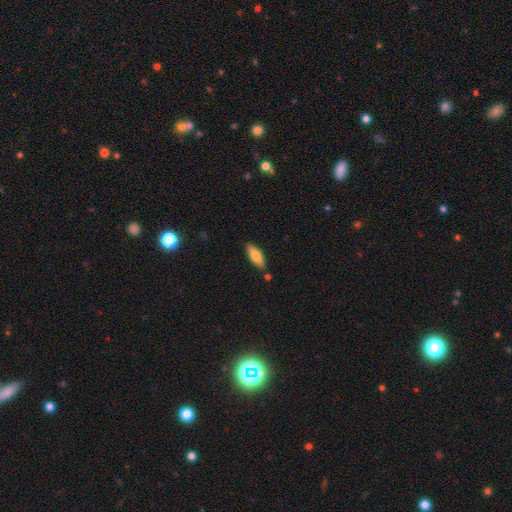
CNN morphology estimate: Smooth or featured?
  - smooth: 77% *
  - featured or disk: 17%
  - star or artifact: 6%
How rounded?
  - in between: 71% *
  - cigar-shaped: 27%
  - round: 2%
Merging?
  - none: 82% *
  - minor disturbance: 11%
  - merger: 4%
  - major disturbance: 2%